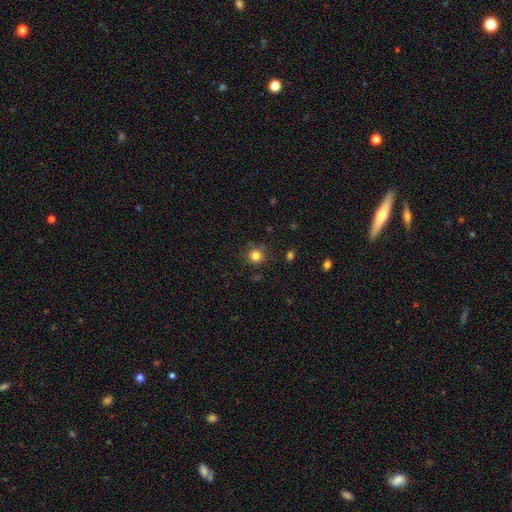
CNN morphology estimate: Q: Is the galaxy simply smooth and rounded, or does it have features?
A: smooth — 82%.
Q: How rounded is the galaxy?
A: round — 92%.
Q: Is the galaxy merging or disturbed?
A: none — 84%.